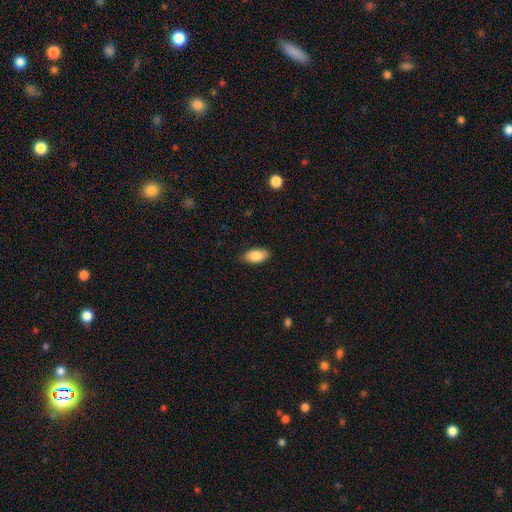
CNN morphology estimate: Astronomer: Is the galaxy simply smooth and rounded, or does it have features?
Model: smooth — 85%.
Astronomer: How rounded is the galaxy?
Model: in between — 92%.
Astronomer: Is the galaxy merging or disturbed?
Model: none — 87%.